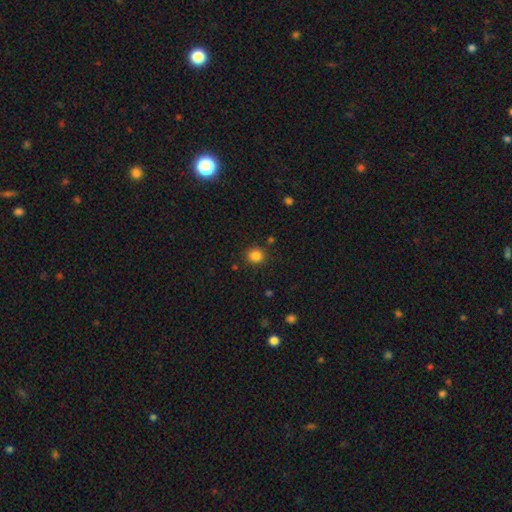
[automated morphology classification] This is clearly a smooth galaxy (84%). How rounded: clearly round (83%). Merging: clearly none (86%).